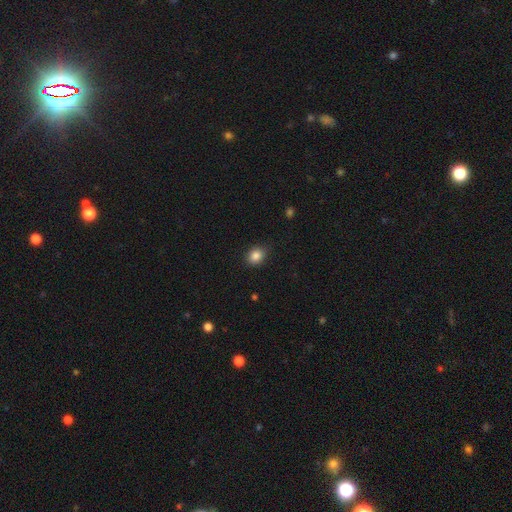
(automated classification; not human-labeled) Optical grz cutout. It shows a smooth galaxy with no disk features (85%) that is round (51%). Merging: none (87%).